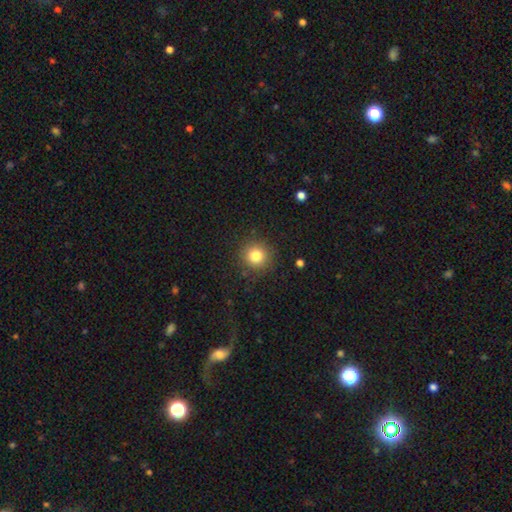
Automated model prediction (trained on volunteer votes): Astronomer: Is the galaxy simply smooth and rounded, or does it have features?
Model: smooth — 82%.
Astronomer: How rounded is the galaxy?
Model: round — 92%.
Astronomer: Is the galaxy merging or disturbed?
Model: none — 89%.